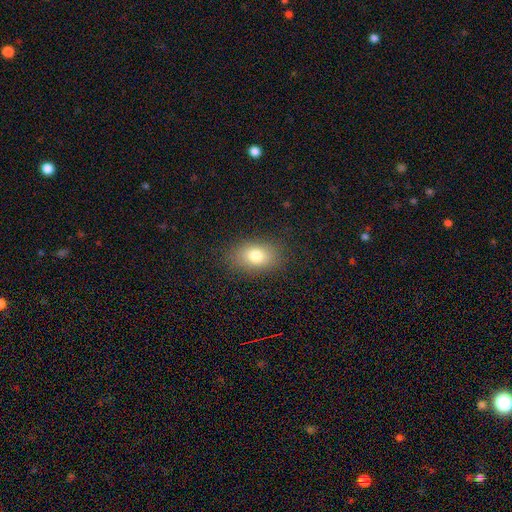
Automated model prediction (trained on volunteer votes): smooth 78%, featured or disk 11%, star or artifact 10%. Down the decision tree: how rounded — in between (84%); merging — none (84%).